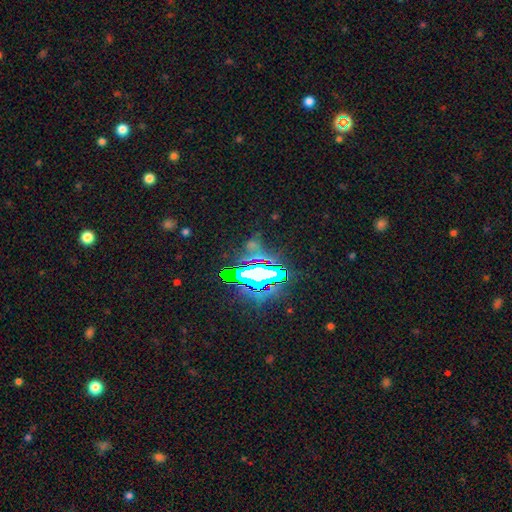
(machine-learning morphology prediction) Smooth or featured?
  - star or artifact: 81% *
  - smooth: 10%
  - featured or disk: 9%